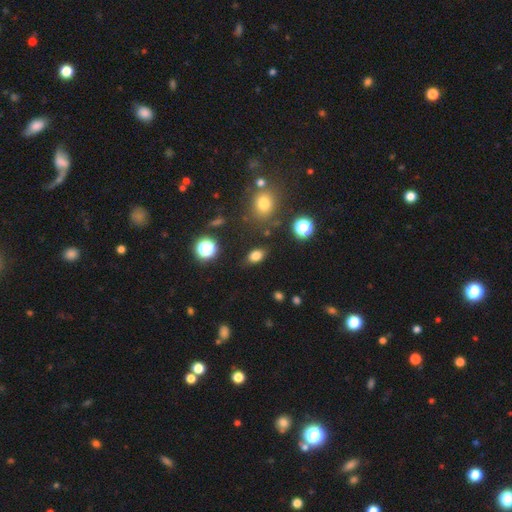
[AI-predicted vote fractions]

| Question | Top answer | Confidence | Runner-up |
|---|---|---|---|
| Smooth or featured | smooth | 78% | star or artifact (15%) |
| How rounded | in between | 81% | round (16%) |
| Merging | none | 80% | minor disturbance (12%) |